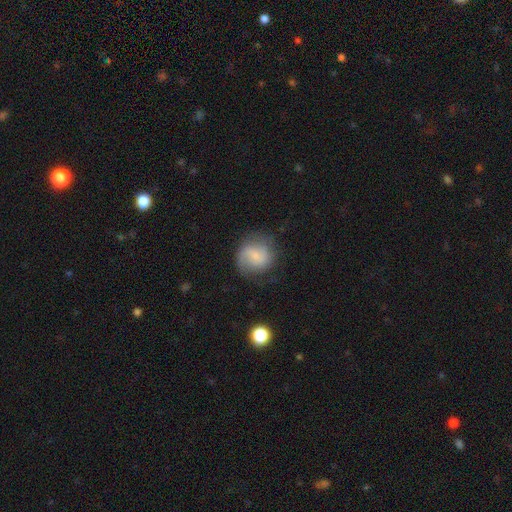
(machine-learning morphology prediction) type=smooth (49%); merging=none (65%).